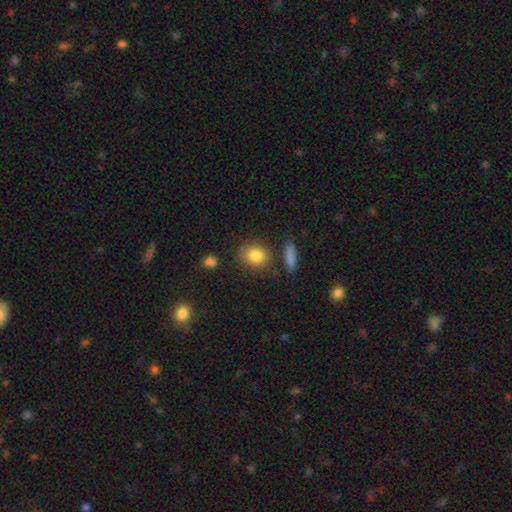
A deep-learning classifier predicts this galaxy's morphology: smooth 84%, star or artifact 9%, featured or disk 7%. Down the decision tree: how rounded — round (59%); merging — none (78%).